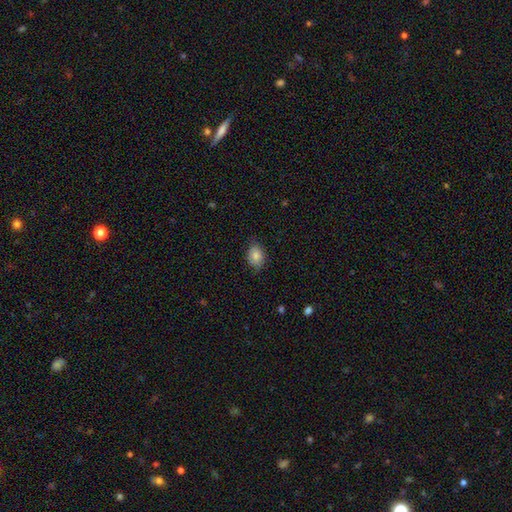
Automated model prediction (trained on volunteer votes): Overall: smooth (84%). How rounded: in between (71%). Merging: none (77%).